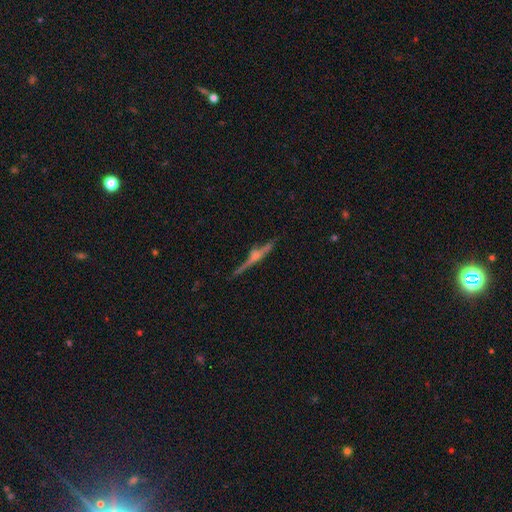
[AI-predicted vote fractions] Smooth or featured? Predicted: featured or disk (p=0.82). Edge-on disk? Predicted: yes (p=0.98). Edge-on bulge? Predicted: rounded (p=0.86). Merging? Predicted: none (p=0.84).